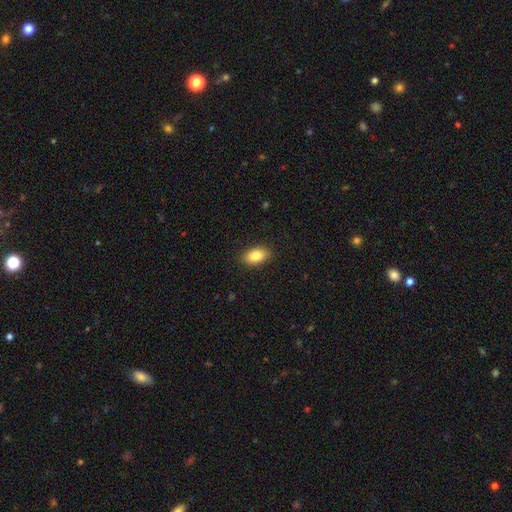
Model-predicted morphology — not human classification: Smooth or featured? smooth (85%)
How rounded? in between (91%)
Merging? none (89%)